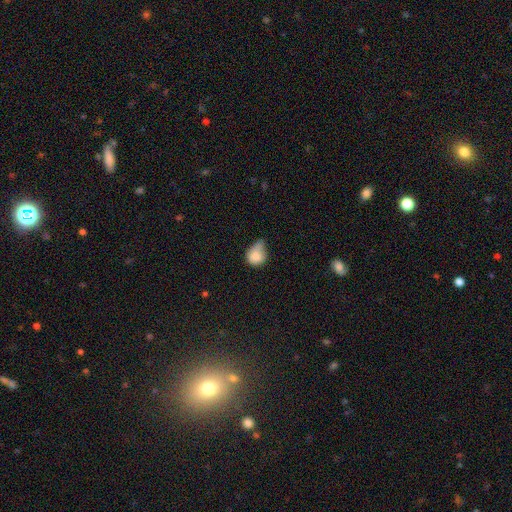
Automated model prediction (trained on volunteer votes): The model was most divided on "merging": minor disturbance: 42%, major disturbance: 26%, none: 22%, merger: 10%. More confident: smooth or featured — smooth (80%); how rounded — round (59%).